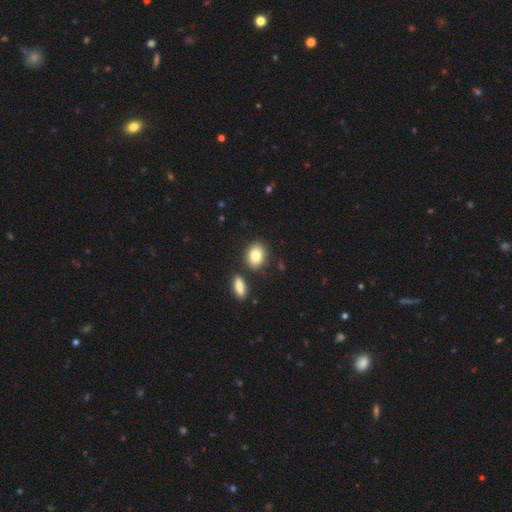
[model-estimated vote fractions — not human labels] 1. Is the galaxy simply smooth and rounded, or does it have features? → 84% smooth, 9% featured or disk, 8% star or artifact.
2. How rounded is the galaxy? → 64% in between, 35% round, 2% cigar-shaped.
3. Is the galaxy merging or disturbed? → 79% none, 9% merger, 9% minor disturbance, 2% major disturbance.